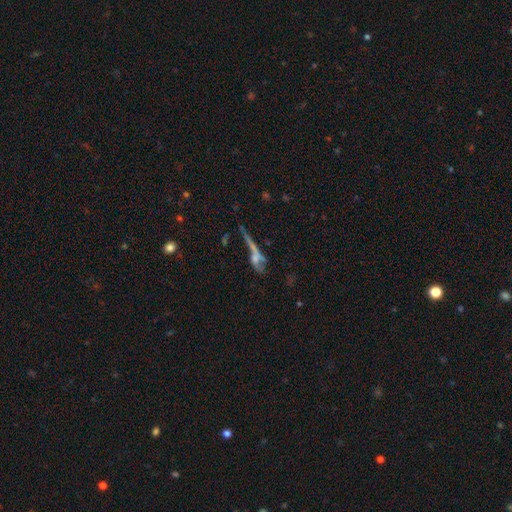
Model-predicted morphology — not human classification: smooth_or_featured: featured or disk (p=0.47) [alt: smooth p=0.36]
merging: merger (p=0.32) [alt: major disturbance p=0.31]